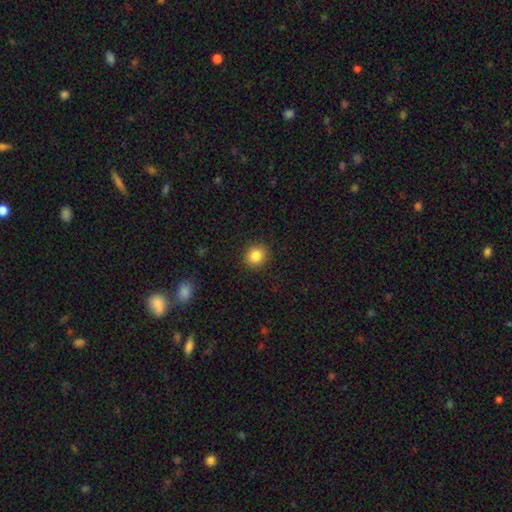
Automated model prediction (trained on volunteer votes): The model was most divided on "how rounded": round: 83%, in between: 16%, cigar-shaped: 1%. More confident: merging — none (90%); smooth or featured — smooth (84%).